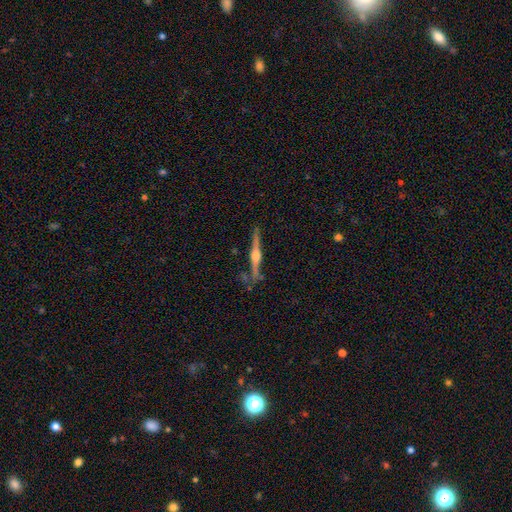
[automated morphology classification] Overall: featured or disk (84%). Edge-on disk: yes (98%). Edge-on bulge: rounded (93%). Merging: none (85%).